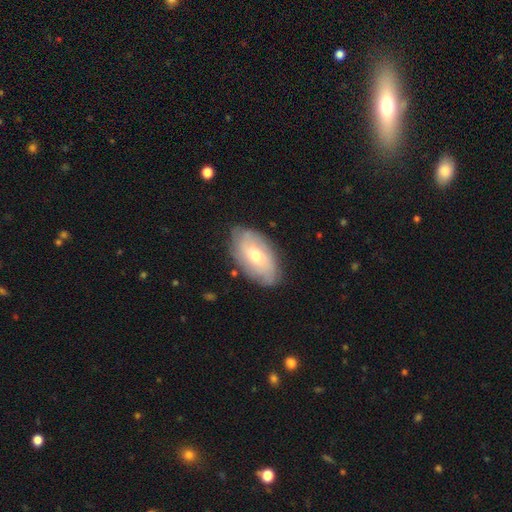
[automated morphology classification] This appears to be a featured or disk galaxy (51%). Merging: none (79%).